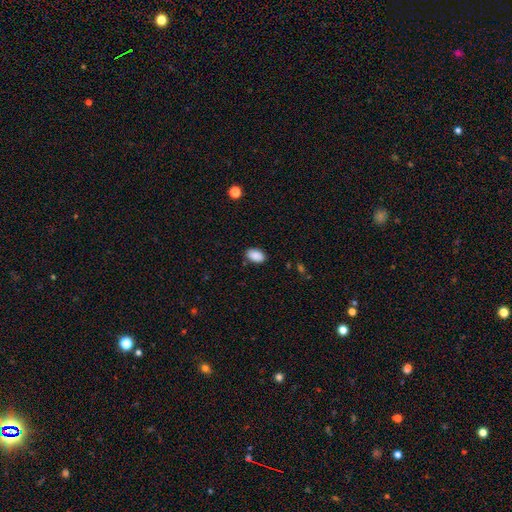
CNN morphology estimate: Smooth or featured? smooth (89%)
How rounded? in between (91%)
Merging? none (85%)